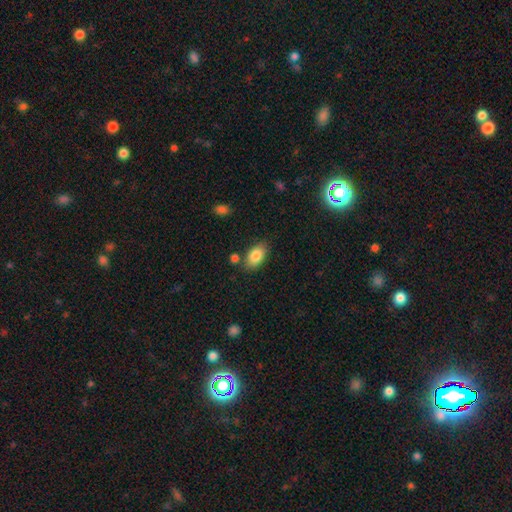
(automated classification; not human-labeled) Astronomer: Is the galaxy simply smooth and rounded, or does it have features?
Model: smooth — 85%.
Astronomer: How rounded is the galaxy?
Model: in between — 91%.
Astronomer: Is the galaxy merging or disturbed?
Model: none — 78%.